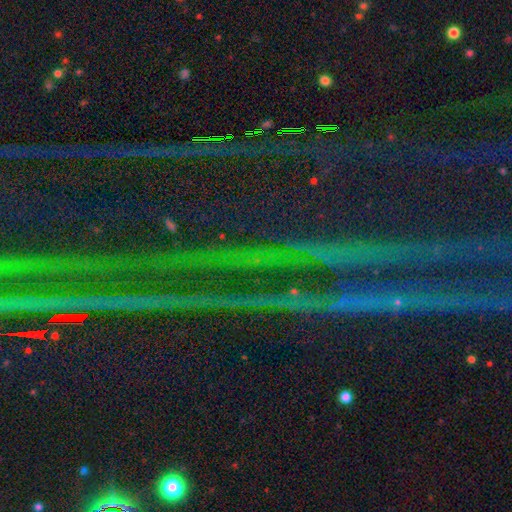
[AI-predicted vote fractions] smooth_or_featured: star or artifact (p=0.88) [alt: featured or disk p=0.07]